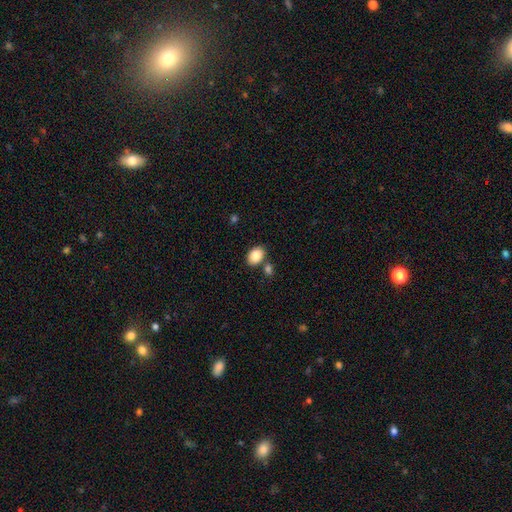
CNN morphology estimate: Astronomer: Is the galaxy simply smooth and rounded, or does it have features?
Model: smooth — 86%.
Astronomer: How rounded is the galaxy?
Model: in between — 75%.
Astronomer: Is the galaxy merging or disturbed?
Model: none — 75%.